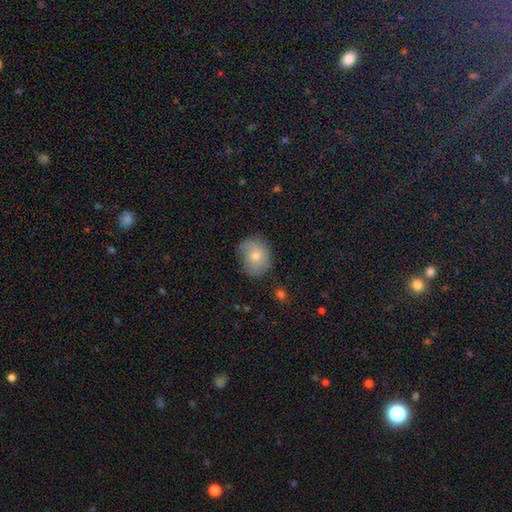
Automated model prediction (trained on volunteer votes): Smooth or featured? smooth (68%)
How rounded? round (51%)
Merging? none (64%)